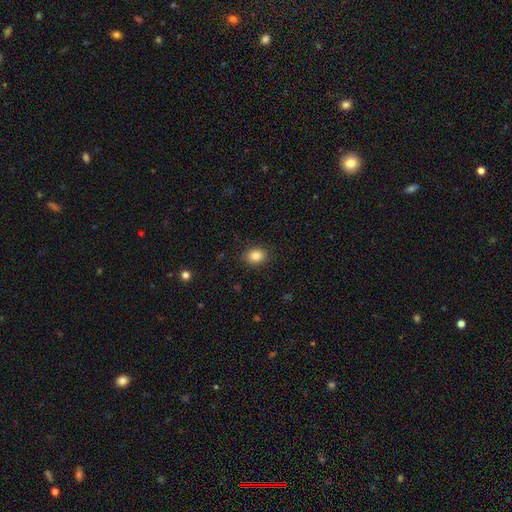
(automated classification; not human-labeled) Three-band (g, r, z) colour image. It shows a smooth galaxy with no disk features (84%) that is in between round and cigar-shaped (52%). Merging: none (88%).